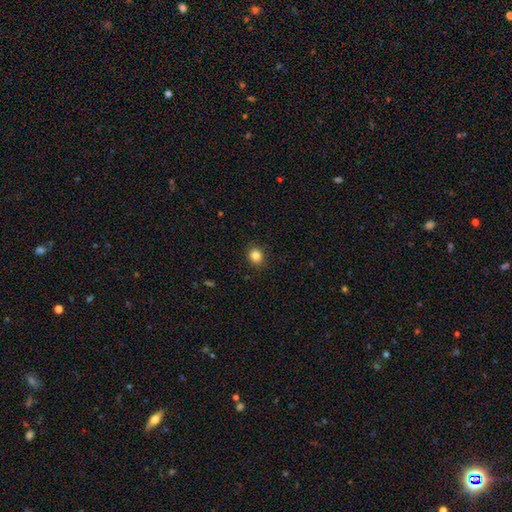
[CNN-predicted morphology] Smooth or featured? smooth (84%)
How rounded? round (73%)
Merging? none (89%)